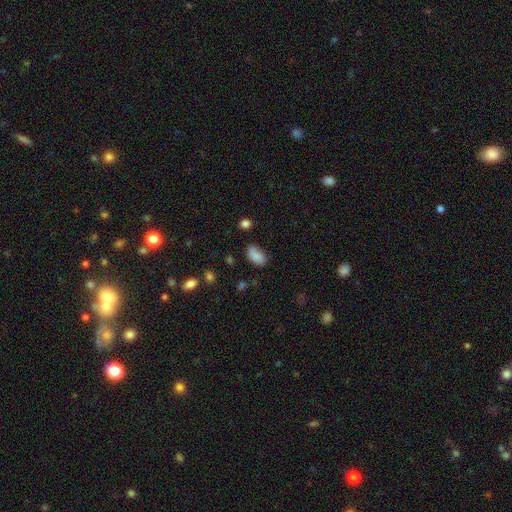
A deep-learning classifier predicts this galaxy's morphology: Smooth or featured?
  - smooth: 84% *
  - star or artifact: 9%
  - featured or disk: 7%
How rounded?
  - in between: 91% *
  - round: 7%
  - cigar-shaped: 2%
Merging?
  - none: 63% *
  - minor disturbance: 26%
  - major disturbance: 7%
  - merger: 4%